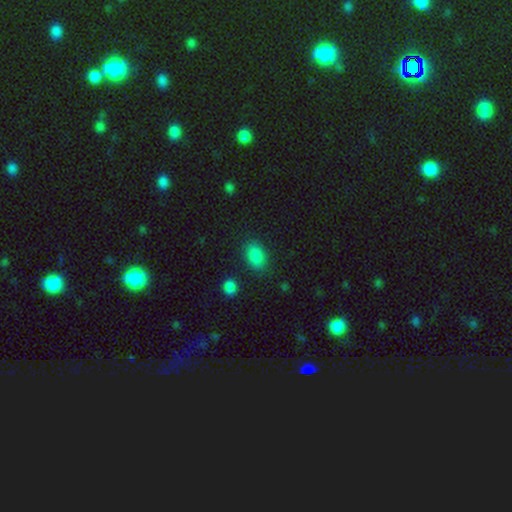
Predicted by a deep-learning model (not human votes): Smooth or featured?
  - smooth: 87% *
  - star or artifact: 9%
  - featured or disk: 4%
How rounded?
  - in between: 87% *
  - round: 11%
  - cigar-shaped: 2%
Merging?
  - none: 85% *
  - minor disturbance: 10%
  - major disturbance: 3%
  - merger: 2%